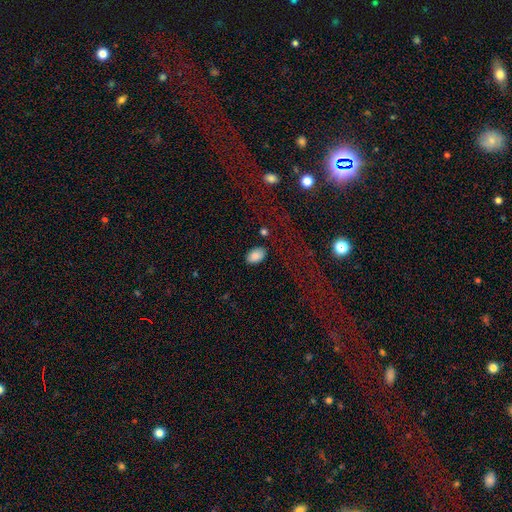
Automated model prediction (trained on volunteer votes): Smooth or featured? Predicted: smooth (p=0.85). How rounded? Predicted: in between (p=0.90). Merging? Predicted: none (p=0.84).